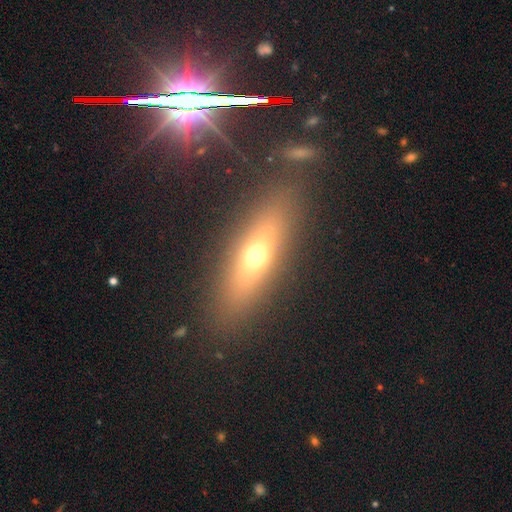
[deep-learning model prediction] Smooth or featured?
  - smooth: 57% *
  - featured or disk: 30%
  - star or artifact: 13%
How rounded?
  - in between: 54% *
  - cigar-shaped: 38%
  - round: 8%
Merging?
  - none: 85% *
  - minor disturbance: 9%
  - major disturbance: 5%
  - merger: 1%